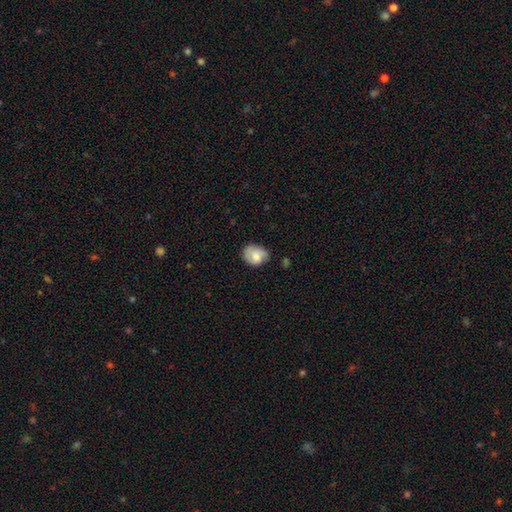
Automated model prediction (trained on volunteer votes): Smooth or featured: smooth — 60% (featured or disk — 32%)
How rounded: in between — 51% (round — 48%)
Merging: none — 63% (minor disturbance — 28%)